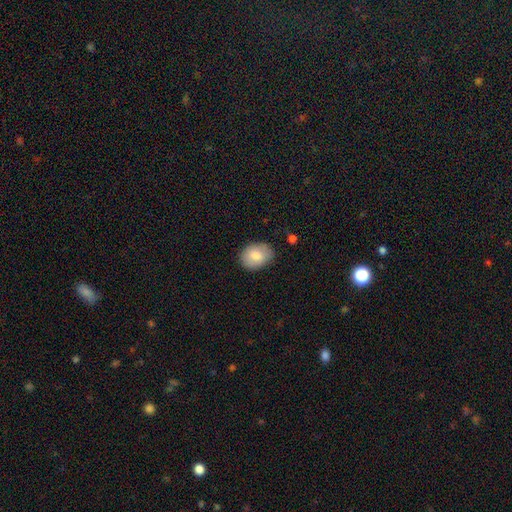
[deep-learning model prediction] Q: Smooth or featured?
A: smooth (80%); runner-up: featured or disk (13%)
Q: How rounded?
A: in between (64%); runner-up: round (35%)
Q: Merging?
A: none (79%); runner-up: minor disturbance (16%)